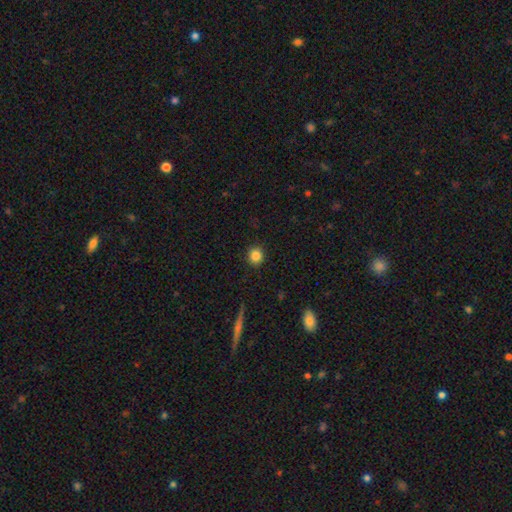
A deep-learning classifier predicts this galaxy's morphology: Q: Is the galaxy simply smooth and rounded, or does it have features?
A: smooth — 85%.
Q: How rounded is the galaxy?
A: round — 89%.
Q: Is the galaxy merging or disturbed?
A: none — 91%.